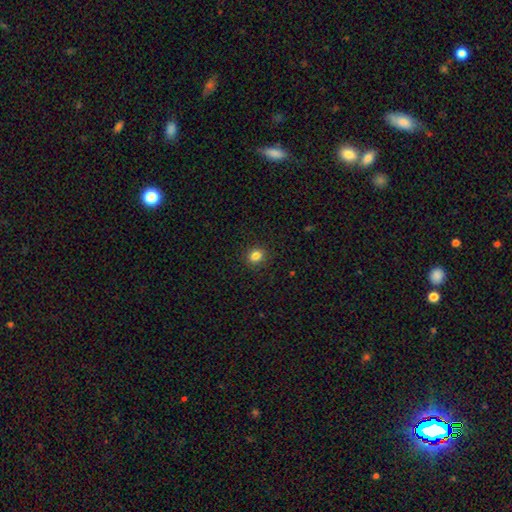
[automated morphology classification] This is clearly a smooth galaxy (84%). How rounded: likely round (71%). Merging: clearly none (90%).